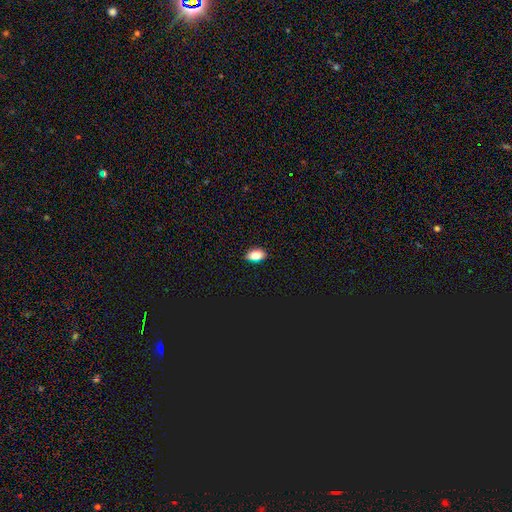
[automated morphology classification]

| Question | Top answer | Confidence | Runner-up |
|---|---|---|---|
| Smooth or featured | smooth | 82% | star or artifact (11%) |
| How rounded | in between | 89% | round (8%) |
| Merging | none | 86% | minor disturbance (11%) |